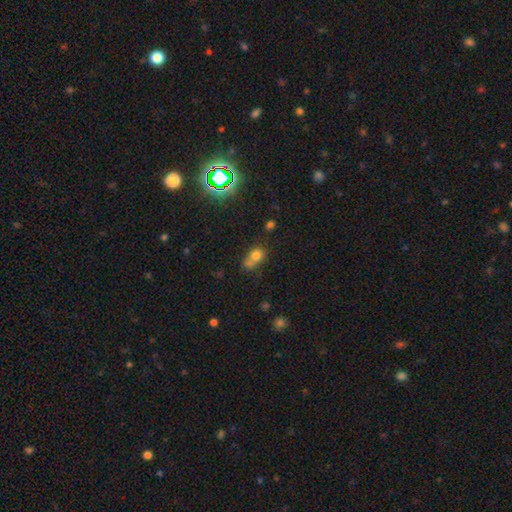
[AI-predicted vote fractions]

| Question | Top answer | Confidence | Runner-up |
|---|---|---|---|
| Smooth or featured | smooth | 71% | star or artifact (16%) |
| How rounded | round | 52% | in between (46%) |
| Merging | merger | 47% | none (32%) |